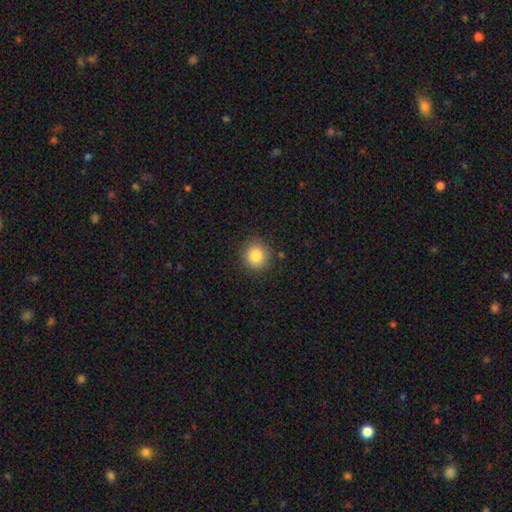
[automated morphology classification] This appears to be a smooth galaxy with no disk features (85%) that is round (91%). Merging: none (89%).